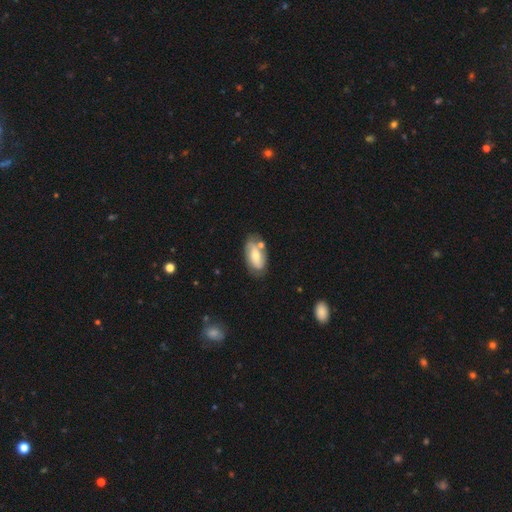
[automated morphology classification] featured or disk 53%, smooth 40%, star or artifact 6%. Down the decision tree: edge-on disk — no (90%); merging — none (63%).